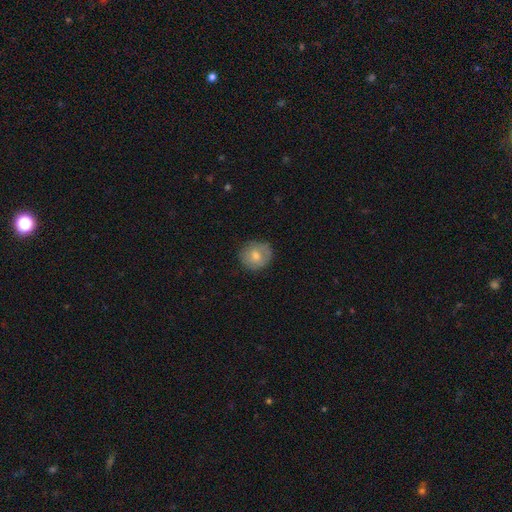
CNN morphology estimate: Smooth or featured: smooth — 67% (featured or disk — 24%)
How rounded: round — 86% (in between — 13%)
Merging: none — 80% (minor disturbance — 15%)